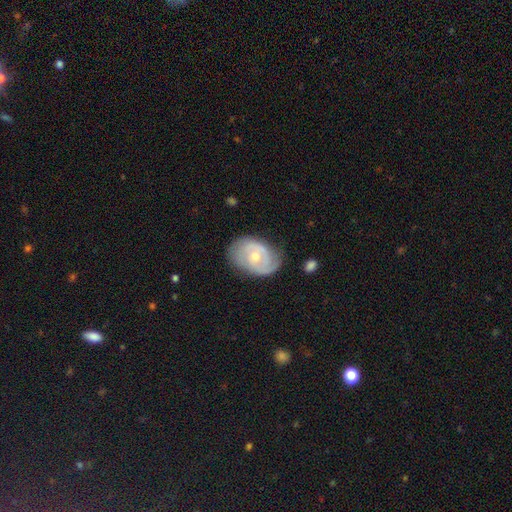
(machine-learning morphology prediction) Smooth or featured: featured or disk — 71% (smooth — 23%)
Edge-on disk: no — 96% (yes — 4%)
Bar: no — 66% (weak — 29%)
Spiral arms: yes — 83% (no — 17%)
Spiral winding: tight — 55% (medium — 32%)
Spiral arm count: 2 — 53% (can't tell — 26%)
Bulge size: moderate — 52% (small — 45%)
Merging: none — 66% (minor disturbance — 24%)